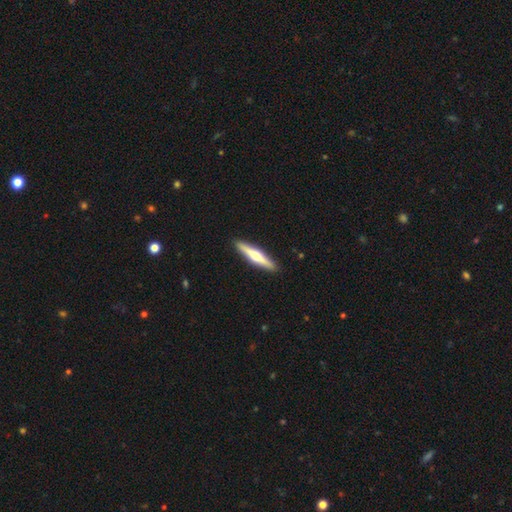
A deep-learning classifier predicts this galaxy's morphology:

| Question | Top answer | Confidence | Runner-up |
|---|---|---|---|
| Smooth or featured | featured or disk | 59% | smooth (36%) |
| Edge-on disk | yes | 97% | no (3%) |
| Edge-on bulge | rounded | 91% | none (5%) |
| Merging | none | 92% | minor disturbance (6%) |